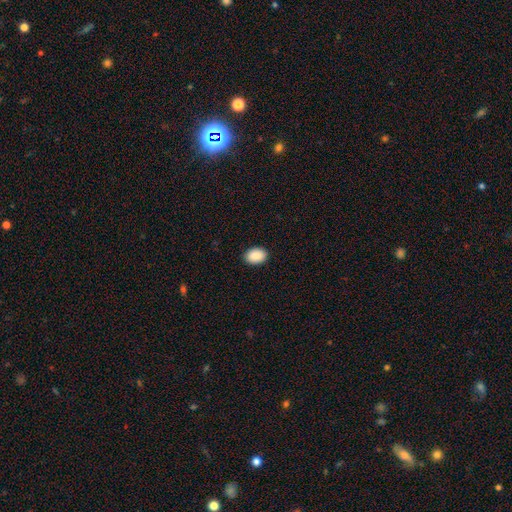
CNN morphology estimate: Overall: smooth (90%). How rounded: in between (81%). Merging: none (90%).